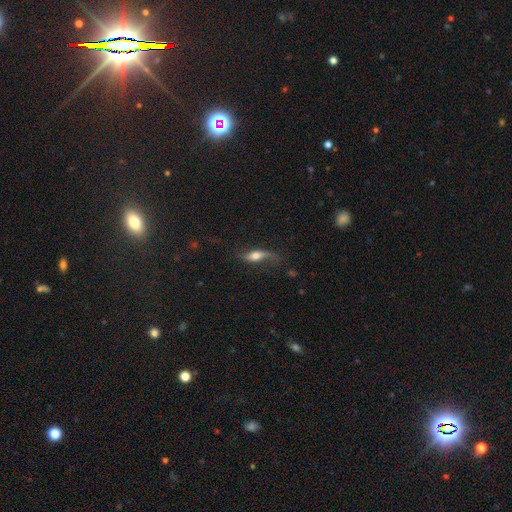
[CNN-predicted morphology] The model was most divided on "smooth or featured": smooth: 52%, featured or disk: 40%, star or artifact: 8%. Remaining: how rounded — in between (55%); merging — none (46%).